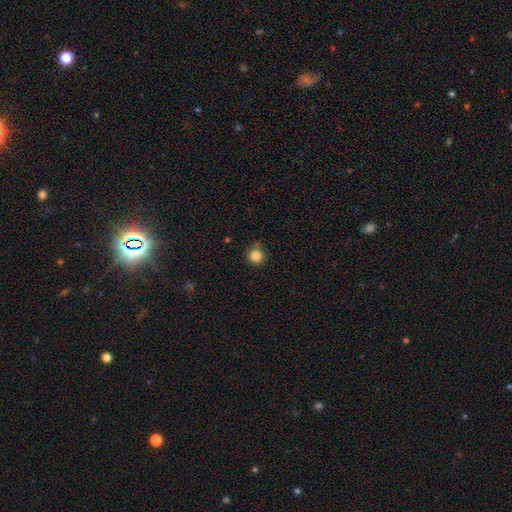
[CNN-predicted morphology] This appears to be a smooth galaxy with no disk features (85%) that is round (94%). Merging: none (80%).